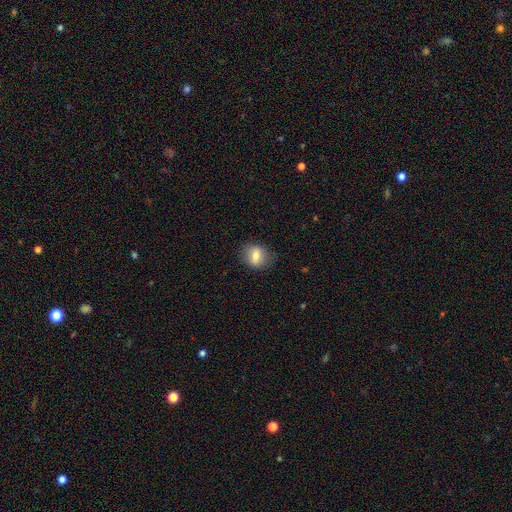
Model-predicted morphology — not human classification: smooth 65%, featured or disk 26%, star or artifact 9%. Down the decision tree: how rounded — round (52%); merging — none (81%).